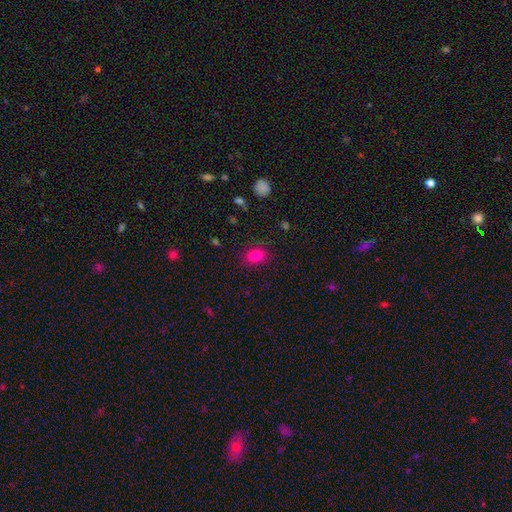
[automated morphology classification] Smooth or featured? Predicted: smooth (p=0.82). How rounded? Predicted: in between (p=0.59). Merging? Predicted: none (p=0.85).